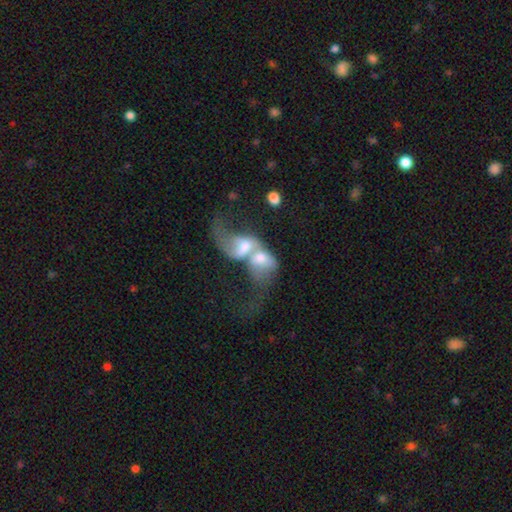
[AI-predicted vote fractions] Morphology: type=featured or disk (63%); edge-on=no (95%); bar=no (58%); spiral arms=yes (70%); bulge=moderate (49%); merging=merger (81%).